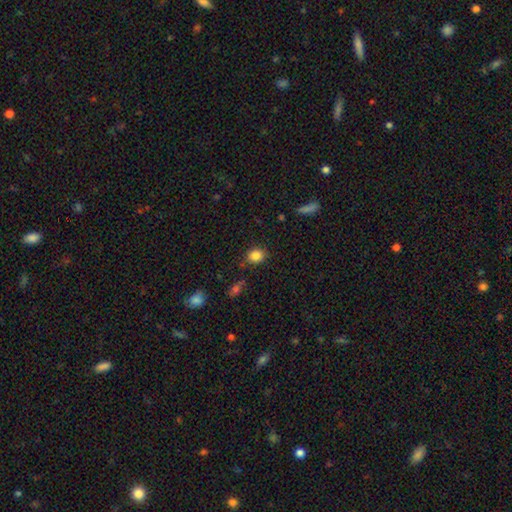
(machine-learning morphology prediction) Smooth or featured: smooth — 84% (star or artifact — 10%)
How rounded: round — 65% (in between — 34%)
Merging: none — 84% (minor disturbance — 11%)